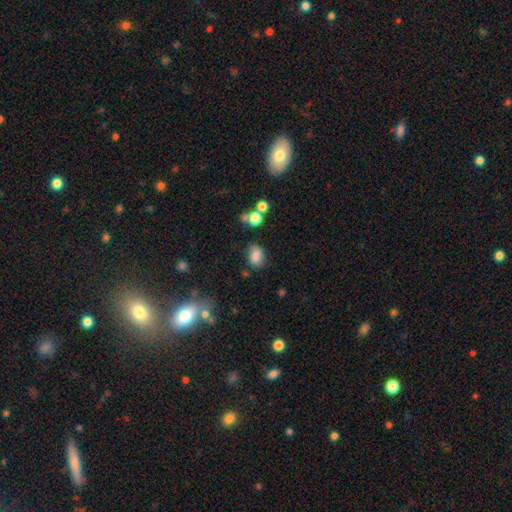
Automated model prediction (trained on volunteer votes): Morphology: type=smooth (82%); roundness=in between (75%); merging=none (73%).